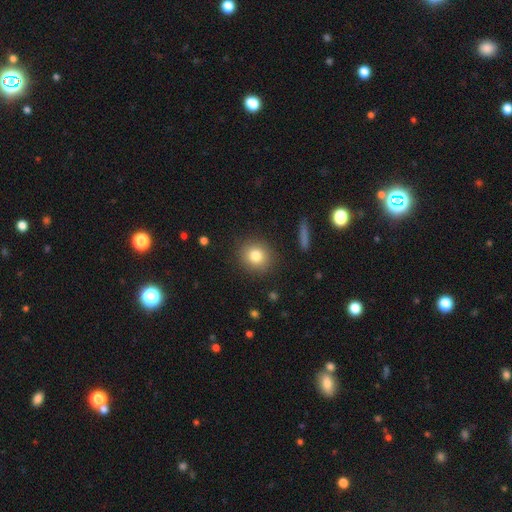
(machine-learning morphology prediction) Smooth or featured?
  - smooth: 80% *
  - star or artifact: 11%
  - featured or disk: 9%
How rounded?
  - round: 83% *
  - in between: 15%
  - cigar-shaped: 1%
Merging?
  - none: 89% *
  - minor disturbance: 7%
  - major disturbance: 3%
  - merger: 1%